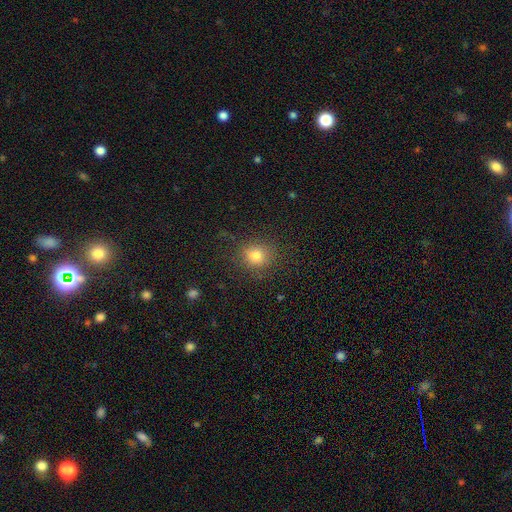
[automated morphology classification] smooth_or_featured: smooth (p=0.79) [alt: star or artifact p=0.14]
how_rounded: round (p=0.79) [alt: in between p=0.20]
merging: none (p=0.84) [alt: minor disturbance p=0.11]